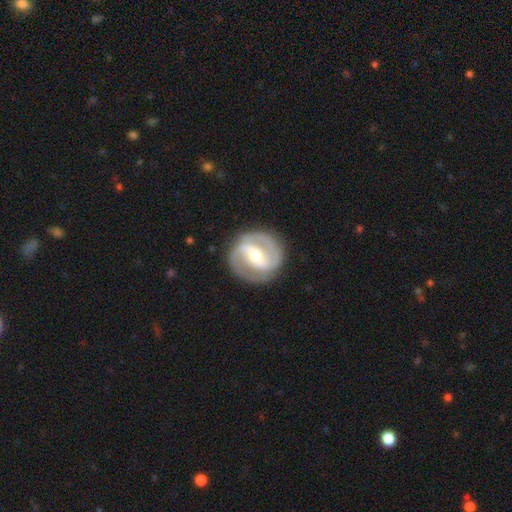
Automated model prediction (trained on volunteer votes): Smooth or featured: featured or disk — 86% (smooth — 9%)
Edge-on disk: no — 97% (yes — 3%)
Bar: strong — 51% (weak — 37%)
Spiral arms: yes — 94% (no — 6%)
Spiral winding: medium — 44% (tied with tight — 44%)
Spiral arm count: 2 — 86% (can't tell — 5%)
Bulge size: moderate — 60% (small — 34%)
Merging: none — 86% (minor disturbance — 10%)